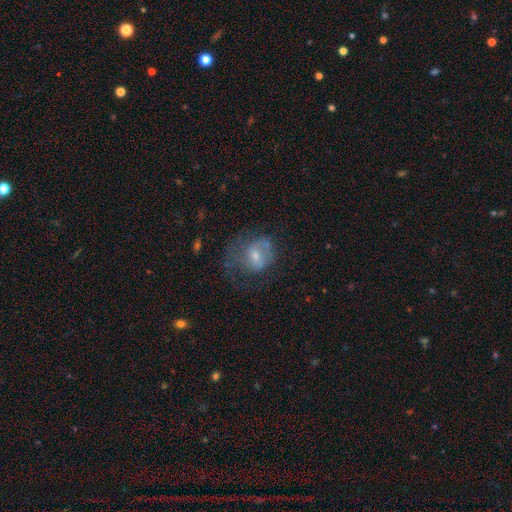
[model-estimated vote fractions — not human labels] Smooth or featured? Predicted: featured or disk (p=0.47). Merging? Predicted: none (p=0.37).